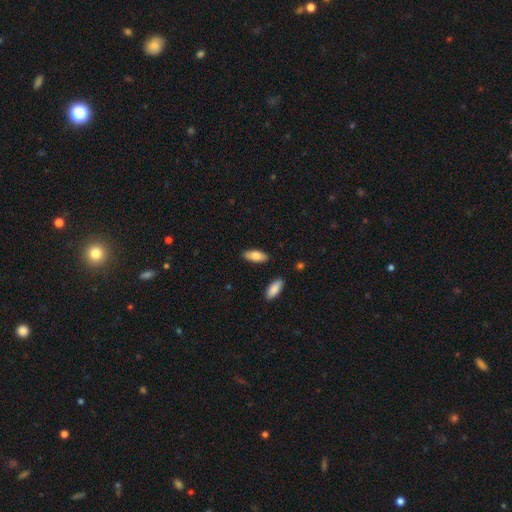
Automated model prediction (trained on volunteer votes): smooth 80%, featured or disk 14%, star or artifact 6%. Down the decision tree: how rounded — in between (80%); merging — none (86%).